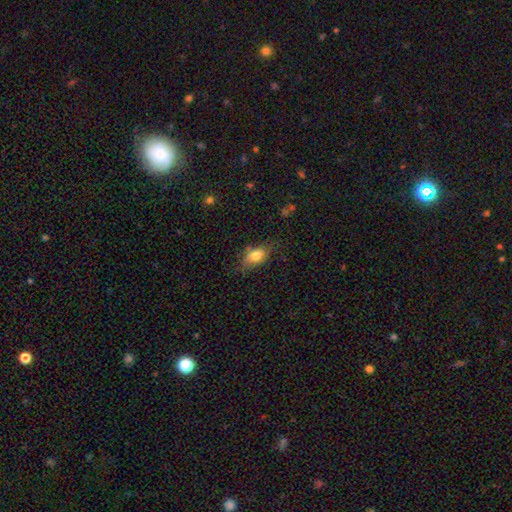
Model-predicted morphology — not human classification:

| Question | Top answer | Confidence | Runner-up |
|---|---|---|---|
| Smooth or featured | smooth | 78% | featured or disk (14%) |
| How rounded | in between | 84% | round (13%) |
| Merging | none | 64% | minor disturbance (25%) |